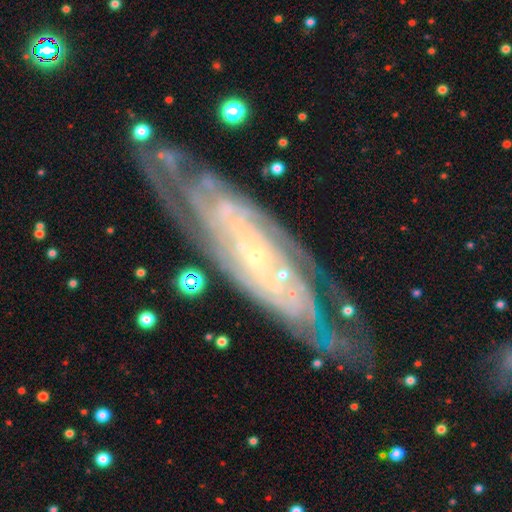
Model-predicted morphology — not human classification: This appears to be a featured or disk galaxy (88%) with no bar (54%), tight (77%) spiral arms (96%) and a small central bulge (86%). Merging: none (74%).